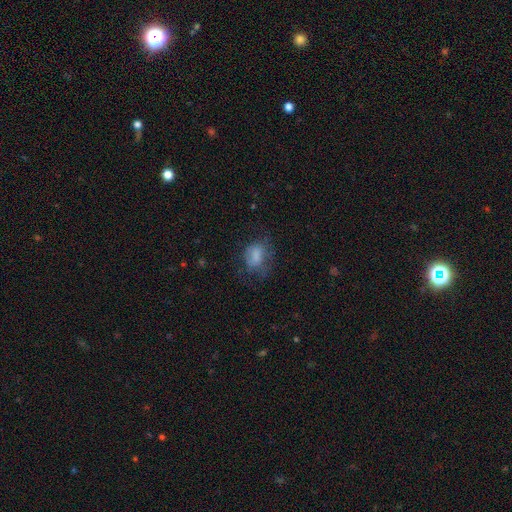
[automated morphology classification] Smooth or featured? smooth (69%)
How rounded? in between (61%)
Merging? none (45%)